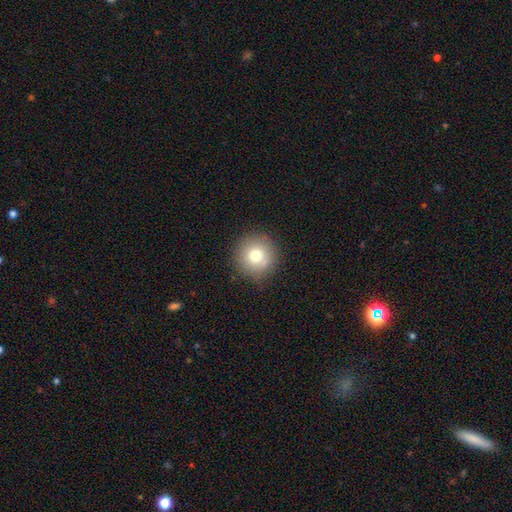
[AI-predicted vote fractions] Smooth or featured: smooth — 75% (featured or disk — 13%)
How rounded: round — 94% (in between — 5%)
Merging: none — 83% (minor disturbance — 11%)